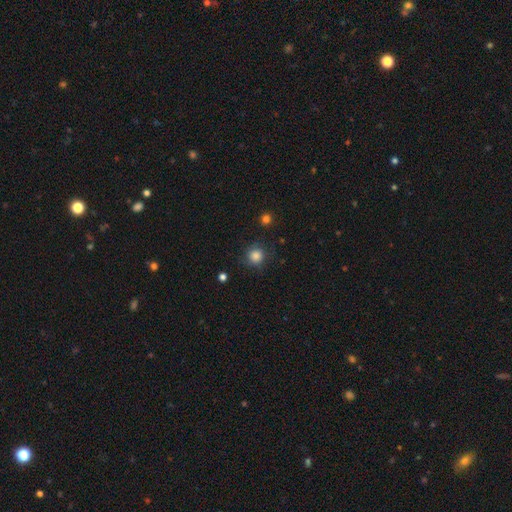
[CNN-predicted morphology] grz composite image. It shows a smooth galaxy with no disk features (84%) that is round (92%). Merging: none (81%).